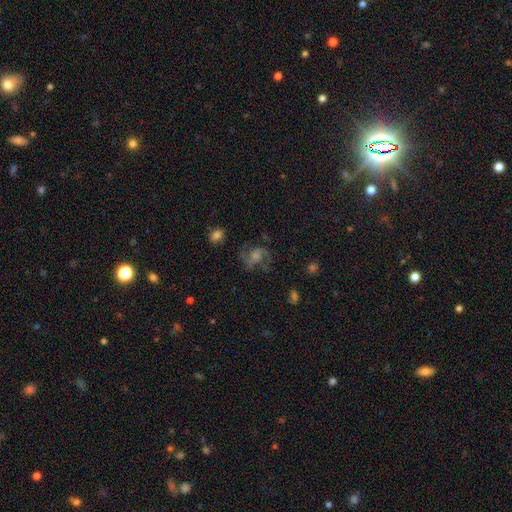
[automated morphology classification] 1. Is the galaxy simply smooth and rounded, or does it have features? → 61% featured or disk, 21% star or artifact, 17% smooth.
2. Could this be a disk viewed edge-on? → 97% no, 3% yes.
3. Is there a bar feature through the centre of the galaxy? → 60% no, 33% weak, 7% strong.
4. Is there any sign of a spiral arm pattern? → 89% yes, 11% no.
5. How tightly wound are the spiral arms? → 54% medium, 23% loose, 22% tight.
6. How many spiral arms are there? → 58% 2, 17% can't tell, 13% 3, 4% 1, 4% 4, 4% more than 4.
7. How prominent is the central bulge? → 41% moderate, 33% small, 12% large, 12% none, 2% dominant.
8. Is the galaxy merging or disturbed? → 70% none, 16% minor disturbance, 12% major disturbance, 2% merger.